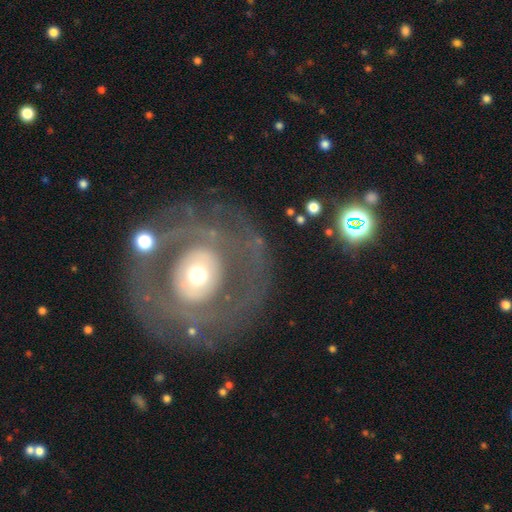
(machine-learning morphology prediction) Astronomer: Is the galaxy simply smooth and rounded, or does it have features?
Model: featured or disk — 72%.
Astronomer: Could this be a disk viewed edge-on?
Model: no — 96%.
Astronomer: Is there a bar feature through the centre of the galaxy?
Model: no — 74%.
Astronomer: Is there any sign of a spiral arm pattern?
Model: no — 53% (runner-up: yes, 47%).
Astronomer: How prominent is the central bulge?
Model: moderate — 51% (runner-up: small, 30%).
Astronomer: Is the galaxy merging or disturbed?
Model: none — 75%.